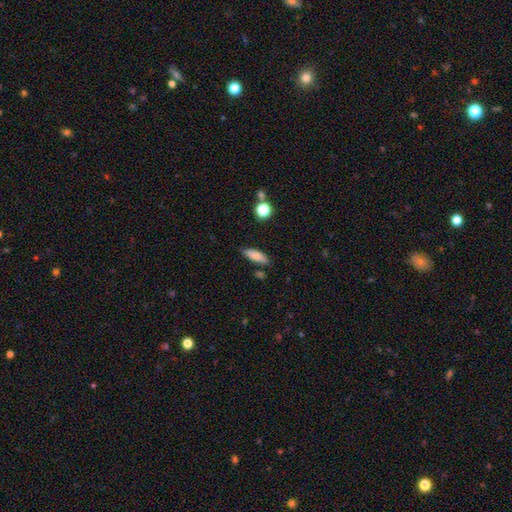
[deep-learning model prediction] smooth 82%, featured or disk 10%, star or artifact 8%. Down the decision tree: how rounded — in between (62%); merging — none (77%).